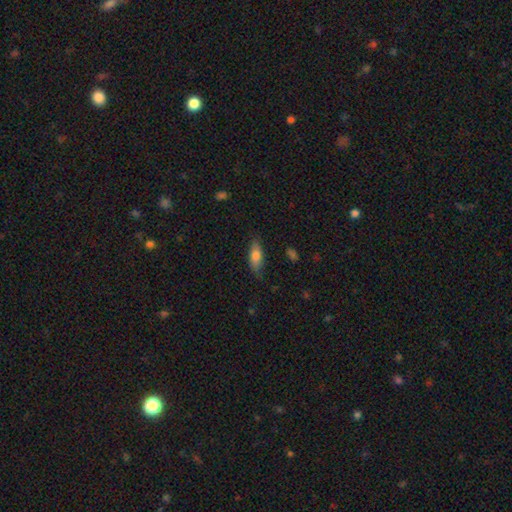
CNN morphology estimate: Smooth or featured?
  - smooth: 75% *
  - featured or disk: 19%
  - star or artifact: 7%
How rounded?
  - in between: 72% *
  - cigar-shaped: 26%
  - round: 3%
Merging?
  - none: 78% *
  - minor disturbance: 18%
  - major disturbance: 3%
  - merger: 1%